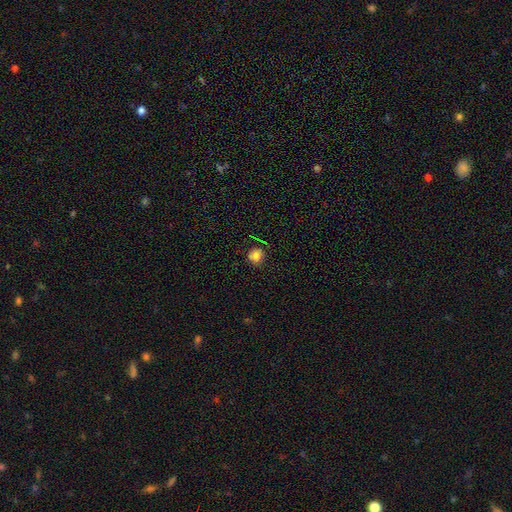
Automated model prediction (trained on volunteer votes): The model was most divided on "smooth or featured": smooth: 76%, star or artifact: 17%, featured or disk: 7%. More confident: how rounded — round (86%); merging — none (82%).